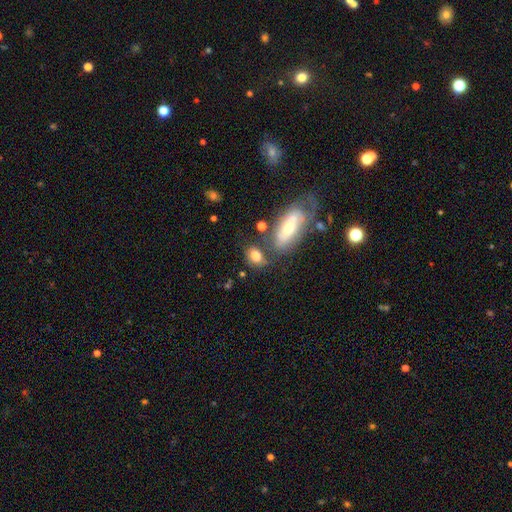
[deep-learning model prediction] Smooth or featured?
  - smooth: 73% *
  - featured or disk: 17%
  - star or artifact: 10%
How rounded?
  - in between: 74% *
  - round: 22%
  - cigar-shaped: 4%
Merging?
  - none: 52% *
  - merger: 20%
  - minor disturbance: 19%
  - major disturbance: 9%